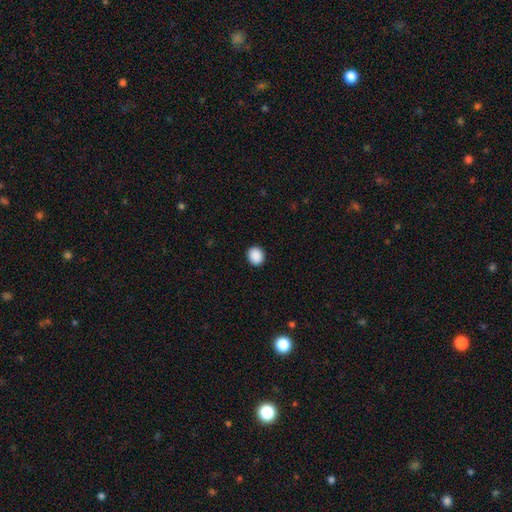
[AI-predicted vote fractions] smooth-or-featured: smooth: 90% | star or artifact: 8% | featured or disk: 2%
  how-rounded: round: 73% | in between: 26% | cigar-shaped: 1%
  merging: none: 92% | minor disturbance: 6% | major disturbance: 2% | merger: 1%